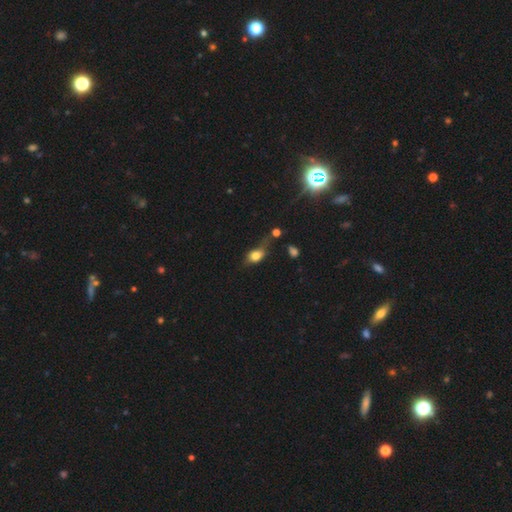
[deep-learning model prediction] smooth_or_featured: smooth (p=0.73) [alt: featured or disk p=0.15]
how_rounded: in between (p=0.69) [alt: round p=0.26]
merging: none (p=0.40) [alt: minor disturbance p=0.28]